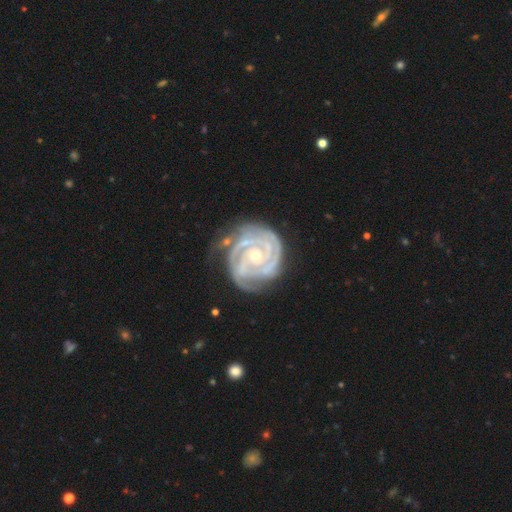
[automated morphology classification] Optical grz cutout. It shows a featured or disk galaxy (92%) with no bar (66%), 3 (36%) tight (84%) spiral arms (99%) and a small central bulge (60%). Merging: none (67%).